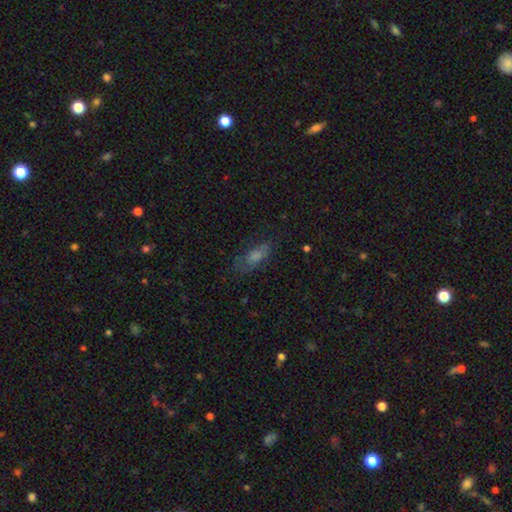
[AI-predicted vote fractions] Overall: smooth (62%; featured or disk 26%). How rounded: in between (75%). Merging: none (59%; minor disturbance 25%).